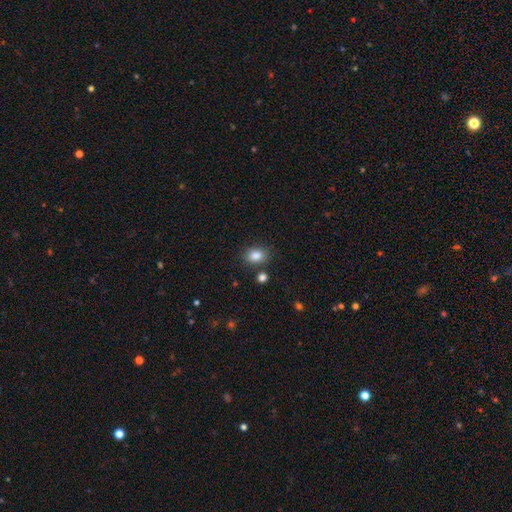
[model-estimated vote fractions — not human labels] Smooth or featured? Predicted: smooth (p=0.85). How rounded? Predicted: in between (p=0.58). Merging? Predicted: none (p=0.81).